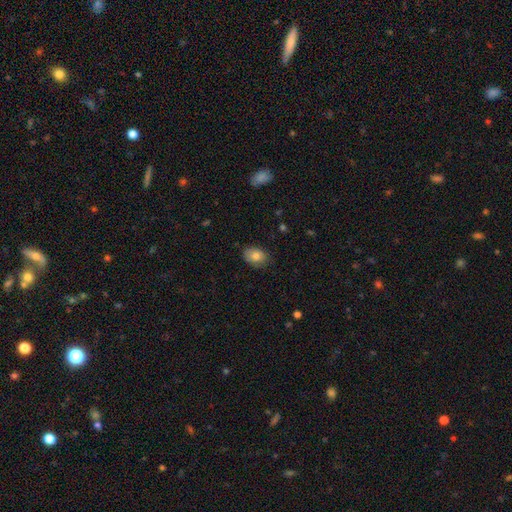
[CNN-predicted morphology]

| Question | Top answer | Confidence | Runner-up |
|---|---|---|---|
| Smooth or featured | smooth | 81% | featured or disk (11%) |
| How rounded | in between | 77% | round (22%) |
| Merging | none | 79% | minor disturbance (16%) |